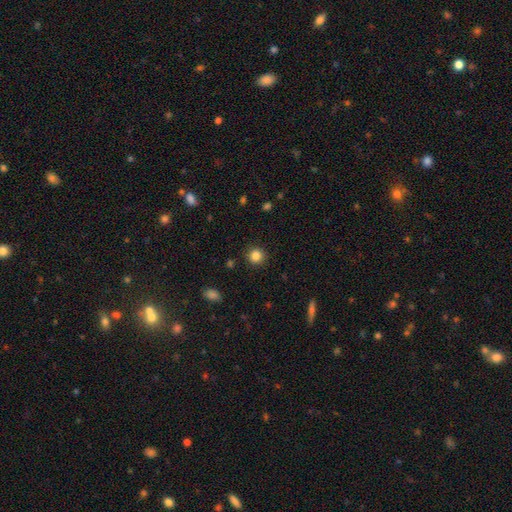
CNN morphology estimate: smooth-or-featured: smooth: 84% | star or artifact: 11% | featured or disk: 4%
  how-rounded: round: 93% | in between: 6% | cigar-shaped: 1%
  merging: none: 91% | minor disturbance: 6% | major disturbance: 2% | merger: 1%